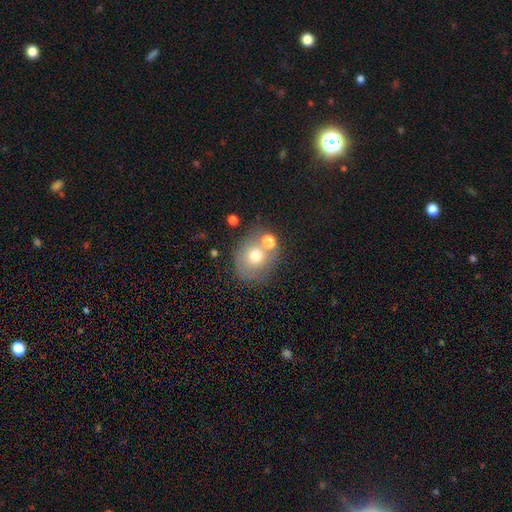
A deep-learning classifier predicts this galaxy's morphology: The model was most divided on "merging": none: 56%, merger: 23%, minor disturbance: 15%, major disturbance: 7%. More confident: how rounded — round (75%); smooth or featured — smooth (66%).